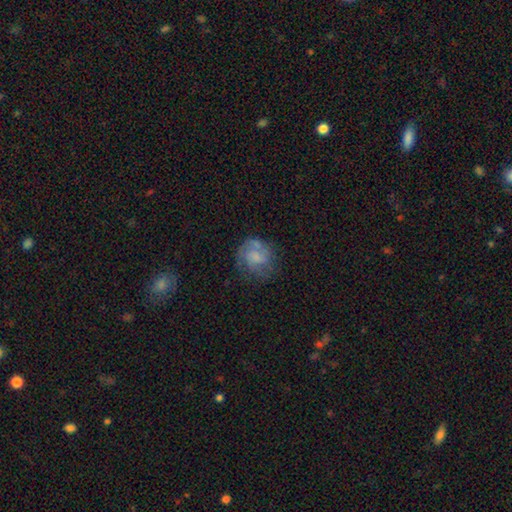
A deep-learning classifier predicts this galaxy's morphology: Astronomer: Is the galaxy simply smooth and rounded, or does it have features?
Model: featured or disk — 53% (runner-up: smooth, 38%).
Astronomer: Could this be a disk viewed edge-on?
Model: no — 98%.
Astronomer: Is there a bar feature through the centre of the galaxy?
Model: no — 61%.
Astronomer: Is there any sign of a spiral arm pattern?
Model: yes — 74%.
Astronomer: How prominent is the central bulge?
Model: none — 38% (runner-up: small, 28%).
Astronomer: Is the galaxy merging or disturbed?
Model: none — 58%.